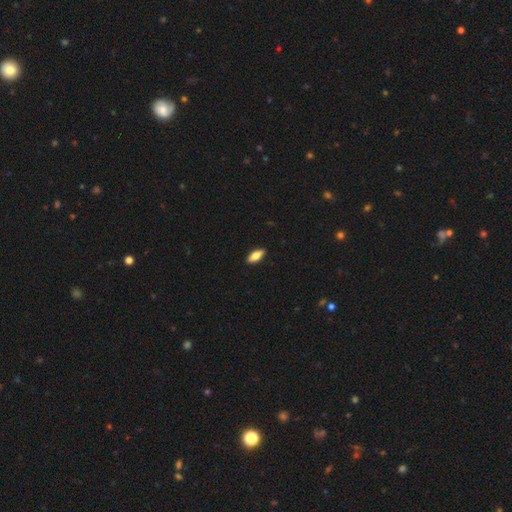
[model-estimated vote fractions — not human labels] smooth_or_featured: smooth (p=0.75) [alt: featured or disk p=0.18]
how_rounded: in between (p=0.80) [alt: cigar-shaped p=0.18]
merging: none (p=0.90) [alt: minor disturbance p=0.07]